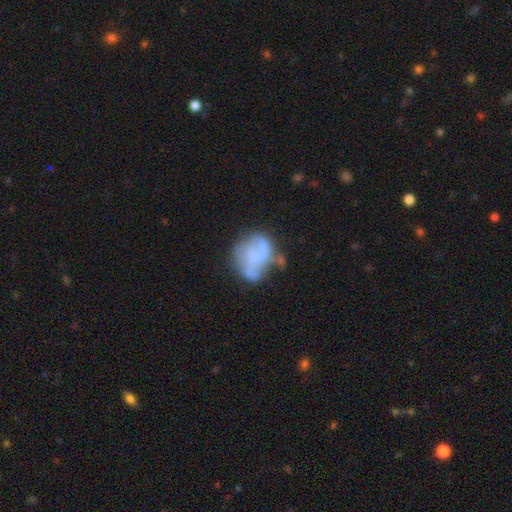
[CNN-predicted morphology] Overall: featured or disk (49%; smooth 41%). Merging: none (34%; minor disturbance 28%).